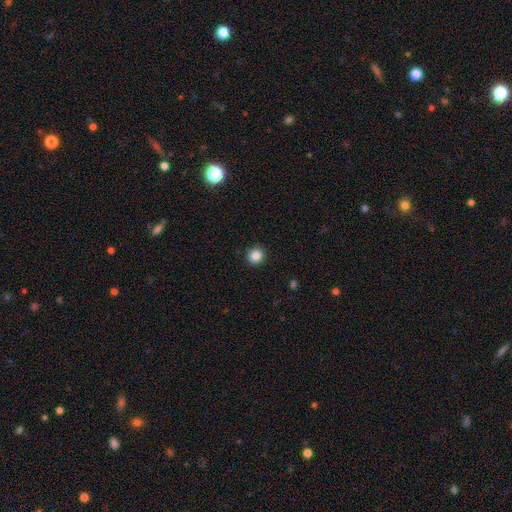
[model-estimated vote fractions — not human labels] A smooth galaxy with no disk features (85%) that is round (94%).

Vote fractions:
- Smooth or featured? smooth: 85% / star or artifact: 10% / featured or disk: 4%
- How rounded? round: 94% / in between: 5% / cigar-shaped: 1%
- Merging? none: 92% / minor disturbance: 5% / major disturbance: 2% / merger: 1%